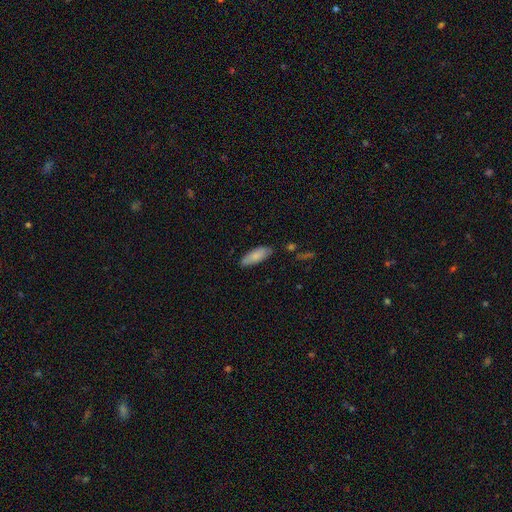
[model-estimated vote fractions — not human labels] This appears to be a smooth galaxy with no disk features (84%) that is in between round and cigar-shaped (69%). Merging: none (81%).